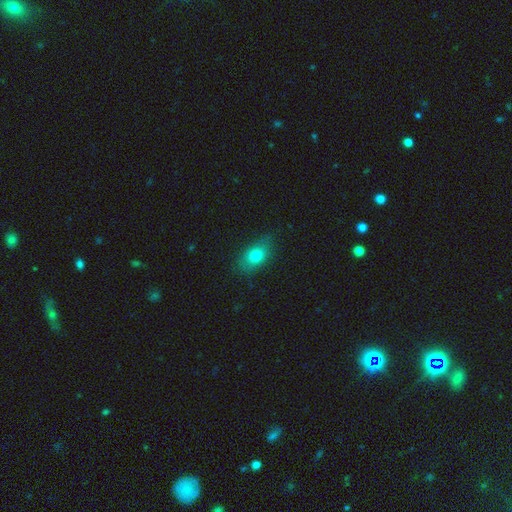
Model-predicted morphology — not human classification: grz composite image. It shows a smooth galaxy with no disk features (77%) that is in between round and cigar-shaped (79%). Merging: none (76%).